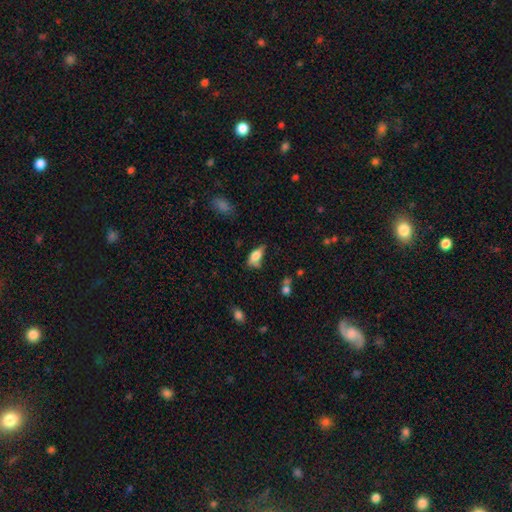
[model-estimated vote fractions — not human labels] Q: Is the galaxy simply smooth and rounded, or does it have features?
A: smooth — 73%.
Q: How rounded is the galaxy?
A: in between — 85%.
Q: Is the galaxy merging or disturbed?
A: minor disturbance — 38%.